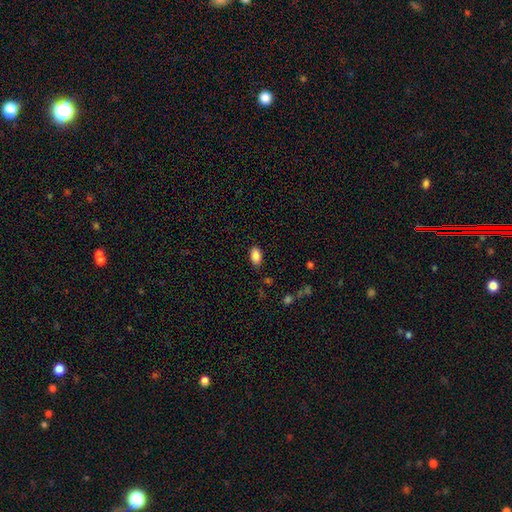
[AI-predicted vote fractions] The model was most divided on "merging": none: 84%, minor disturbance: 12%, major disturbance: 3%, merger: 1%. More confident: how rounded — in between (92%); smooth or featured — smooth (87%).